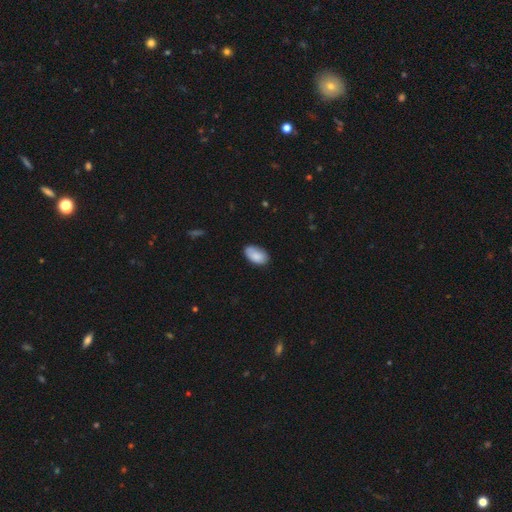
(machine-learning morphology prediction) A smooth galaxy with no disk features (86%) that is in between round and cigar-shaped (94%).

Vote fractions:
- Smooth or featured? smooth: 86% / featured or disk: 7% / star or artifact: 7%
- How rounded? in between: 94% / round: 4% / cigar-shaped: 1%
- Merging? none: 74% / minor disturbance: 21% / major disturbance: 3% / merger: 2%